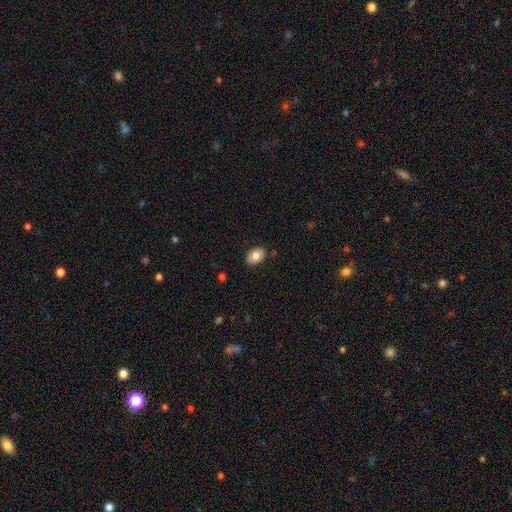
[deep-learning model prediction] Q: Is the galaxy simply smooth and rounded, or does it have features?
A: smooth — 83%.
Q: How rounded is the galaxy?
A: in between — 82%.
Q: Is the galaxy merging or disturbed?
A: none — 86%.